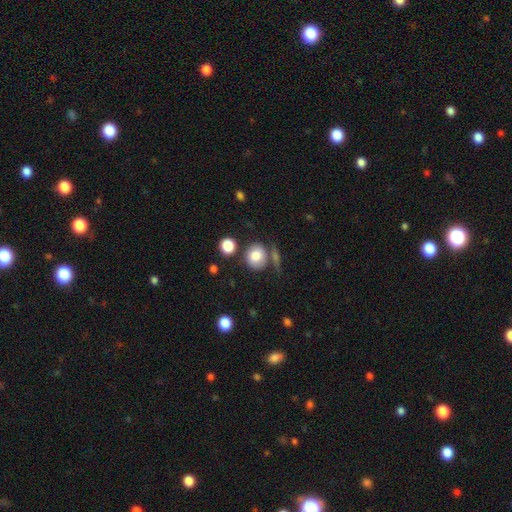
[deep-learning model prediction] This appears to be a smooth galaxy with no disk features (80%) that is round (73%). Merging: none (64%).